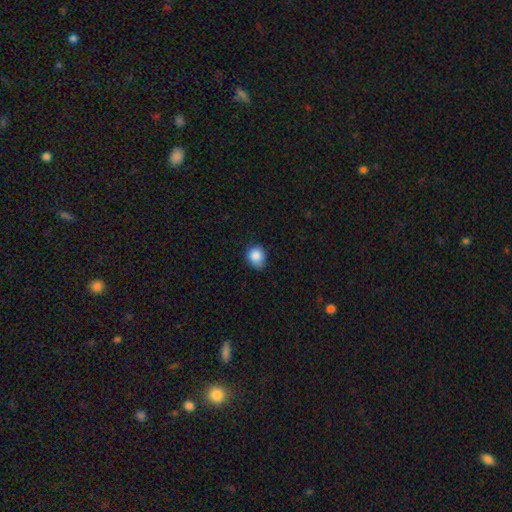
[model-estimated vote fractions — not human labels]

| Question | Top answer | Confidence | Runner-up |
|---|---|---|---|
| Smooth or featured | smooth | 85% | star or artifact (10%) |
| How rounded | round | 72% | in between (27%) |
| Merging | none | 66% | minor disturbance (29%) |